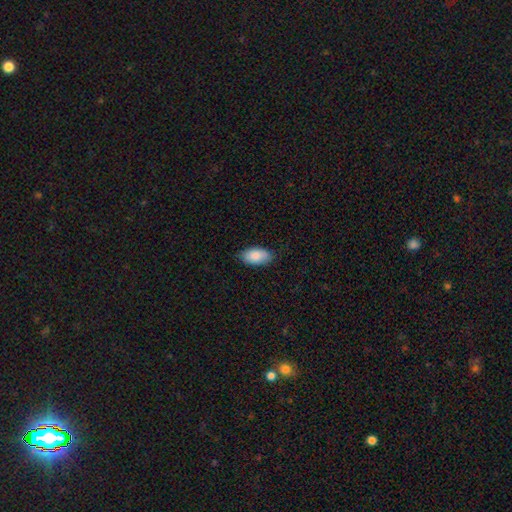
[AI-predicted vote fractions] Smooth or featured? smooth (86%)
How rounded? in between (95%)
Merging? none (83%)